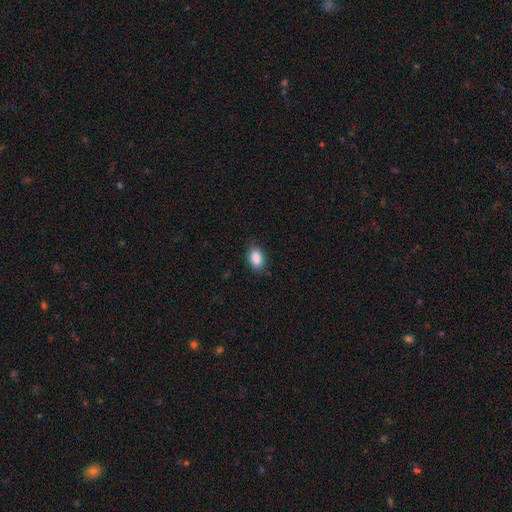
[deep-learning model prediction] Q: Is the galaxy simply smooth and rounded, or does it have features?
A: smooth — 89%.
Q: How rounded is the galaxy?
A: in between — 91%.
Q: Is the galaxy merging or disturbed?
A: none — 83%.